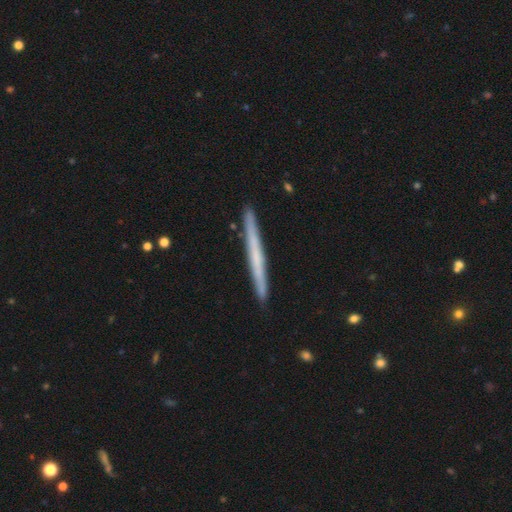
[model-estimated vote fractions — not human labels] A featured or disk galaxy (48%). Merging: none (91%).